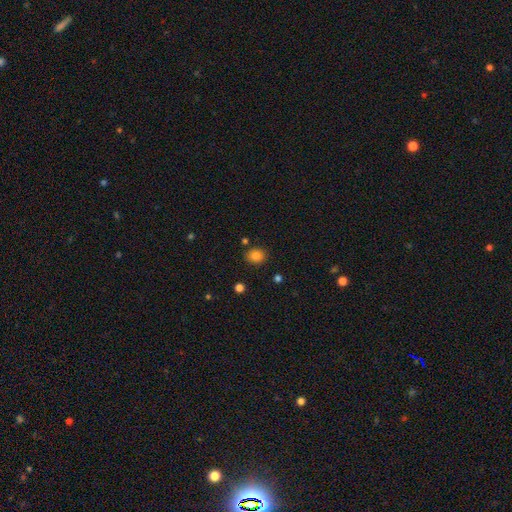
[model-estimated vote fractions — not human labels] The model was most divided on "how rounded": round: 69%, in between: 30%, cigar-shaped: 1%. More confident: merging — none (86%); smooth or featured — smooth (83%).